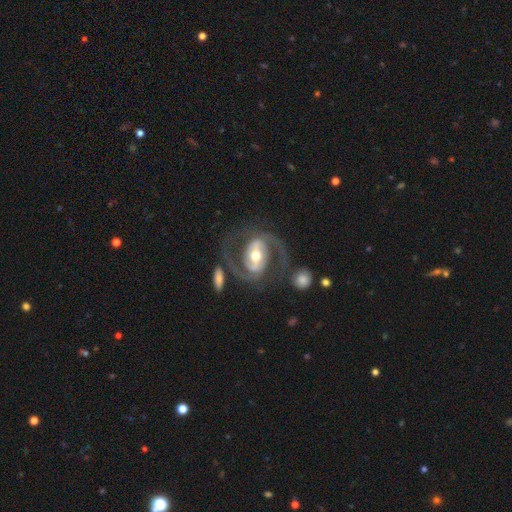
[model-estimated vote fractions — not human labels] featured or disk 90%, smooth 6%, star or artifact 4%. Down the decision tree: edge-on disk — no (97%); bar — strong (50%); spiral arms — yes (95%); spiral arm count — 2 (93%); spiral winding — medium (59%); bulge size — moderate (70%); merging — none (73%).